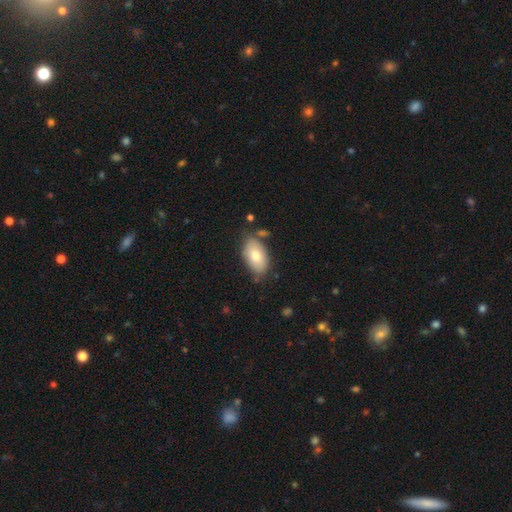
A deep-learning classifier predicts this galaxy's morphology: Q: Smooth or featured?
A: smooth (78%); runner-up: featured or disk (16%)
Q: How rounded?
A: in between (94%); runner-up: round (4%)
Q: Merging?
A: none (73%); runner-up: minor disturbance (18%)